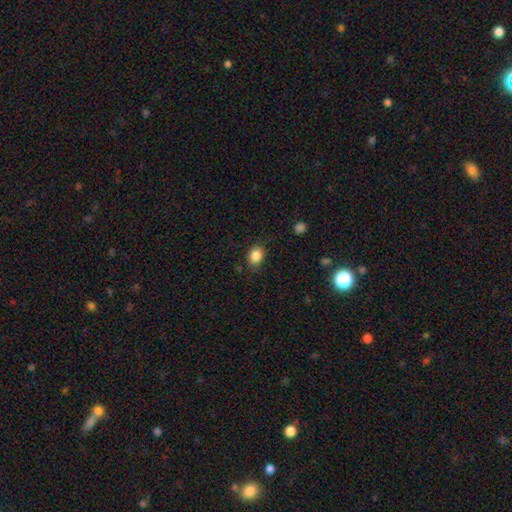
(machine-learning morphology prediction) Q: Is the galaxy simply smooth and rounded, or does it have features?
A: smooth — 86%.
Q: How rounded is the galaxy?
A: in between — 58%.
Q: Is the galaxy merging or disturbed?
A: none — 79%.